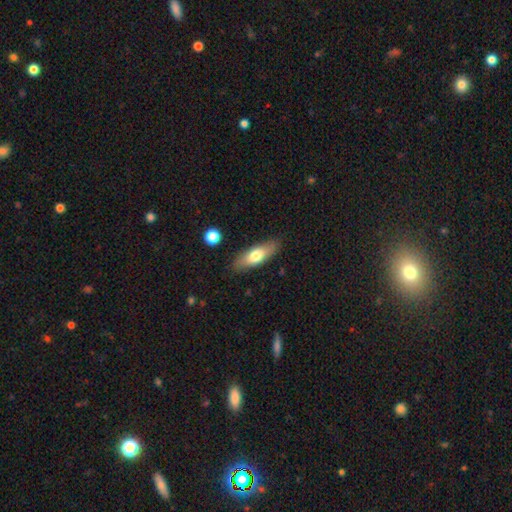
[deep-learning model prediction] Smooth or featured?
  - smooth: 67% *
  - featured or disk: 27%
  - star or artifact: 6%
How rounded?
  - in between: 58% *
  - cigar-shaped: 39%
  - round: 3%
Merging?
  - none: 84% *
  - minor disturbance: 12%
  - major disturbance: 3%
  - merger: 2%